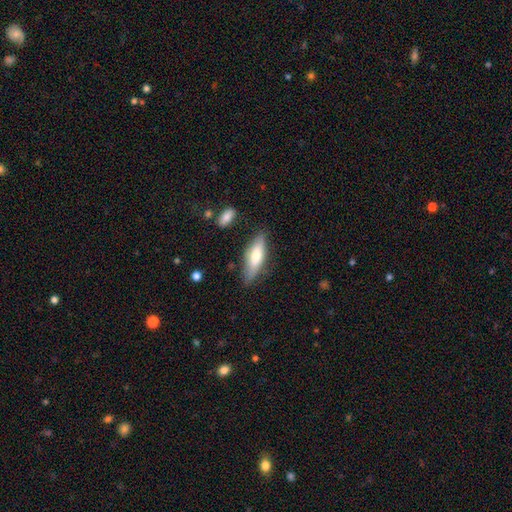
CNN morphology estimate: A smooth galaxy with no disk features (63%) that is in between round and cigar-shaped (50%). Merging: none (76%).